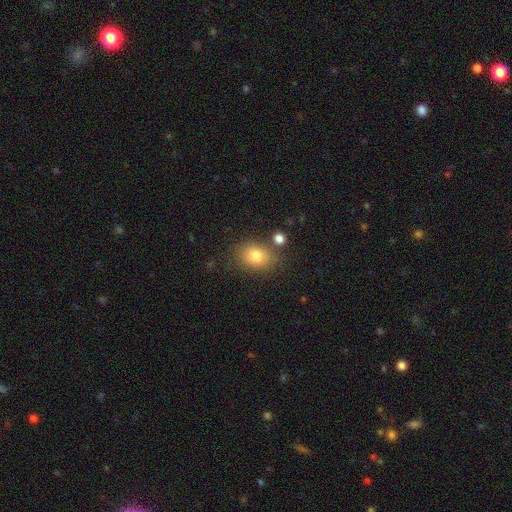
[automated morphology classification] A smooth galaxy with no disk features (80%) that is in between round and cigar-shaped (66%). Merging: none (76%).